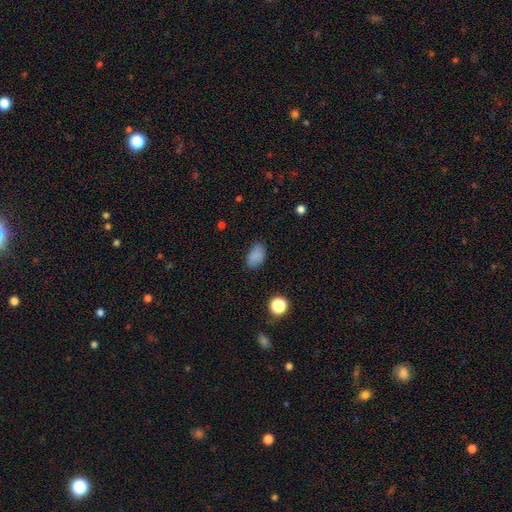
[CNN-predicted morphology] This appears to be a smooth galaxy with no disk features (84%) that is in between round and cigar-shaped (88%). Merging: none (80%).